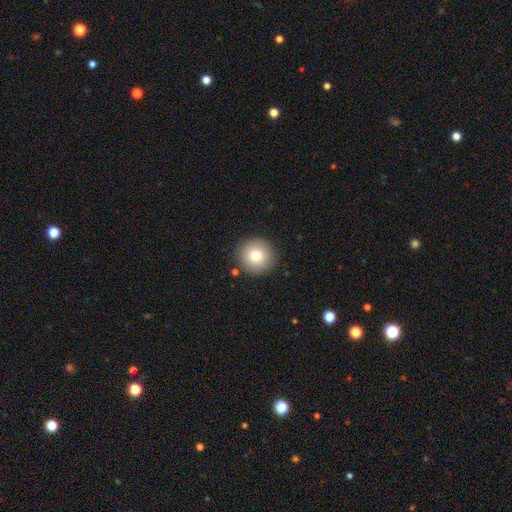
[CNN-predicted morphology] smooth_or_featured: smooth (p=0.80) [alt: featured or disk p=0.10]
how_rounded: round (p=0.94) [alt: in between p=0.05]
merging: none (p=0.89) [alt: minor disturbance p=0.07]